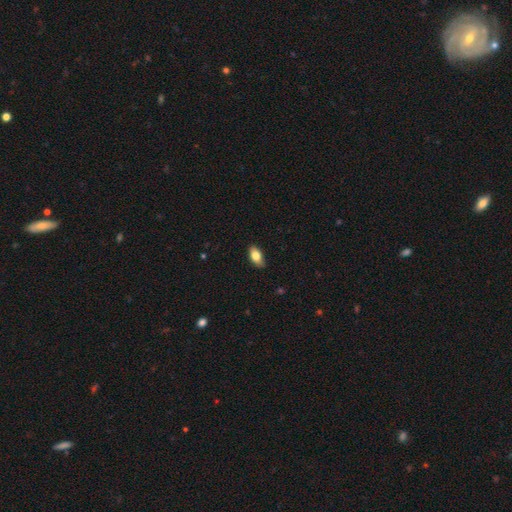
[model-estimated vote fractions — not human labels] This appears to be a smooth galaxy with no disk features (79%) that is in between round and cigar-shaped (90%). Merging: none (84%).